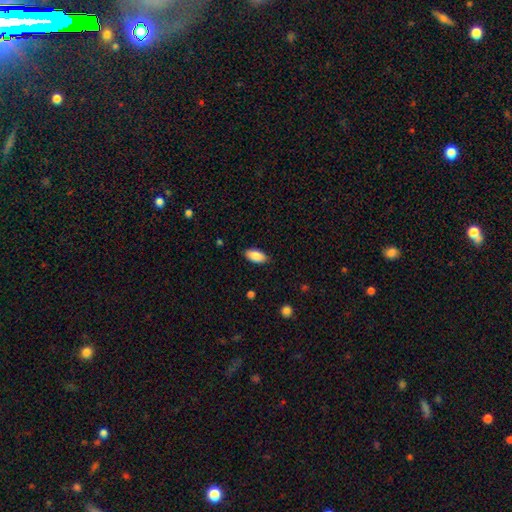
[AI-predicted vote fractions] A smooth galaxy with no disk features (88%) that is in between round and cigar-shaped (93%). Merging: none (85%).